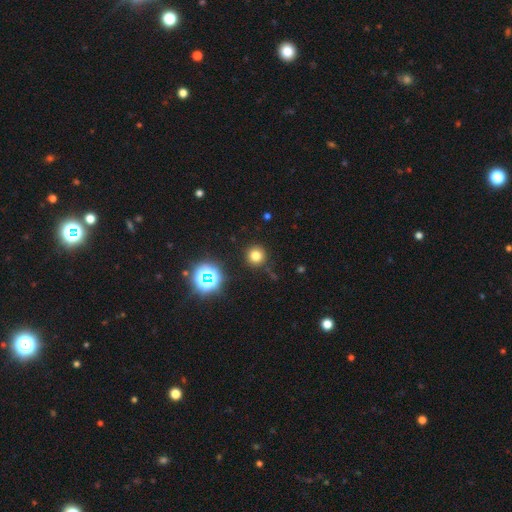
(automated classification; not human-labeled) Q: Smooth or featured?
A: smooth (74%); runner-up: star or artifact (20%)
Q: How rounded?
A: round (95%); runner-up: in between (4%)
Q: Merging?
A: none (88%); runner-up: minor disturbance (7%)